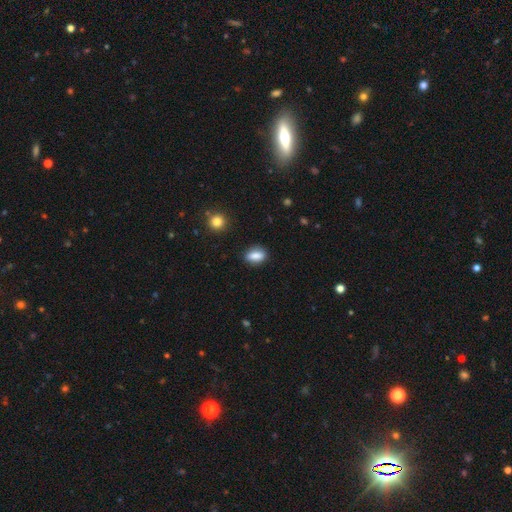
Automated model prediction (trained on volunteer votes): Smooth or featured? smooth (84%)
How rounded? in between (79%)
Merging? none (84%)